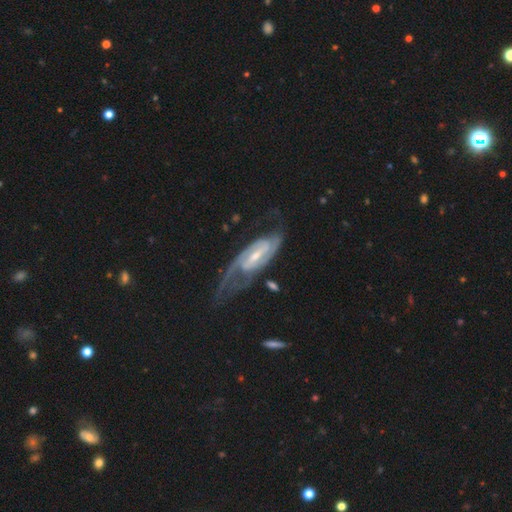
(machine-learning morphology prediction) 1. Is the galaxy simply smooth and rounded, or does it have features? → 90% featured or disk, 6% smooth, 4% star or artifact.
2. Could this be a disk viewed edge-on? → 93% no, 7% yes.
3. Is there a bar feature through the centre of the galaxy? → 52% strong, 37% weak, 11% no.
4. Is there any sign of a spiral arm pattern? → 97% yes, 3% no.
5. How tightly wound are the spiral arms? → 45% medium, 36% tight, 19% loose.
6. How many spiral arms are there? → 87% 2, 5% can't tell, 3% 1, 2% 3, 1% 4, 1% more than 4.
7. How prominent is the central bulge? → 54% small, 39% moderate, 3% none, 3% large, 1% dominant.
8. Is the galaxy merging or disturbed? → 56% none, 21% major disturbance, 20% minor disturbance, 3% merger.